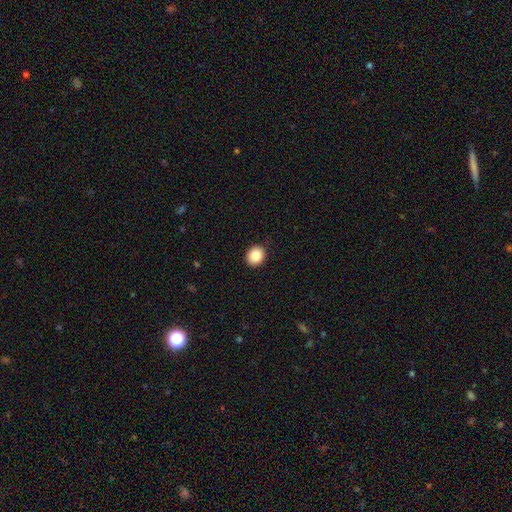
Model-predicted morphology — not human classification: This appears to be a smooth galaxy with no disk features (85%) that is round (61%). Merging: none (90%).